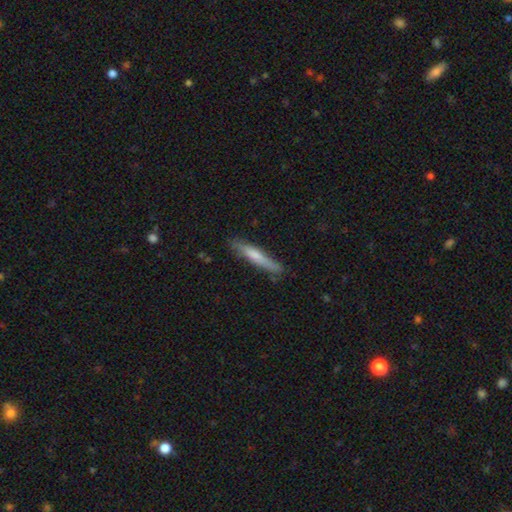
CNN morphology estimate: smooth-or-featured: smooth: 65% | featured or disk: 30% | star or artifact: 5%
  how-rounded: cigar-shaped: 93% | in between: 6% | round: 1%
  merging: none: 80% | minor disturbance: 15% | major disturbance: 3% | merger: 2%